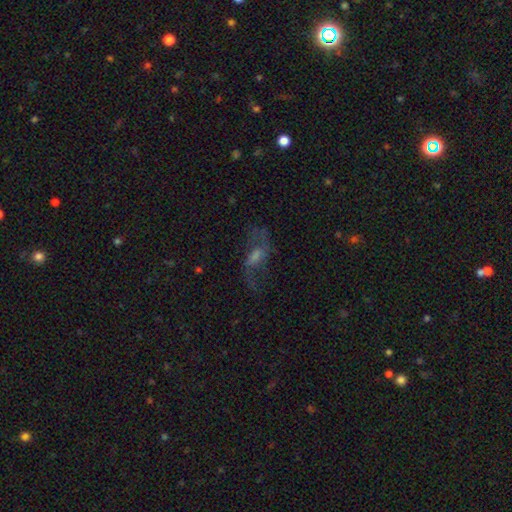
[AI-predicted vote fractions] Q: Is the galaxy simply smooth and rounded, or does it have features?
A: featured or disk — 64%.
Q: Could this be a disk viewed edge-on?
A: no — 90%.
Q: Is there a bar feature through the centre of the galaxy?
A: weak — 48%.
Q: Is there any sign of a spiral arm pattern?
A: yes — 82%.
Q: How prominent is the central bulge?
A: moderate — 39%.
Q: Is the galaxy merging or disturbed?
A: none — 61%.